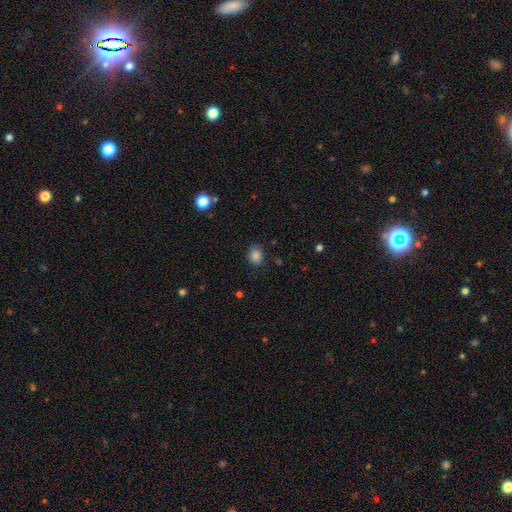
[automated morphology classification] Smooth or featured: smooth — 84% (star or artifact — 11%)
How rounded: round — 55% (in between — 44%)
Merging: none — 81% (minor disturbance — 14%)